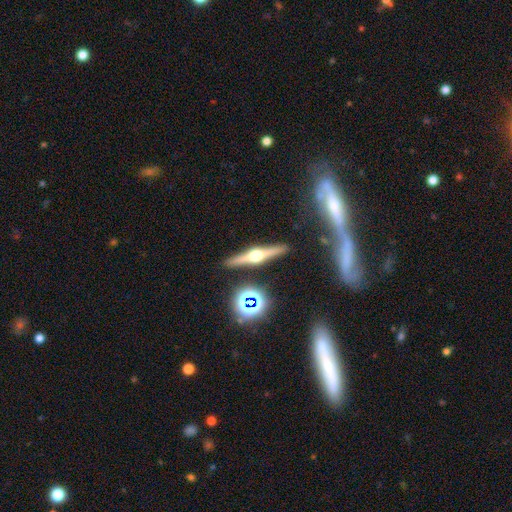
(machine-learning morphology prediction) Overall: featured or disk (75%). Edge-on disk: yes (97%). Edge-on bulge: rounded (95%). Merging: none (90%).